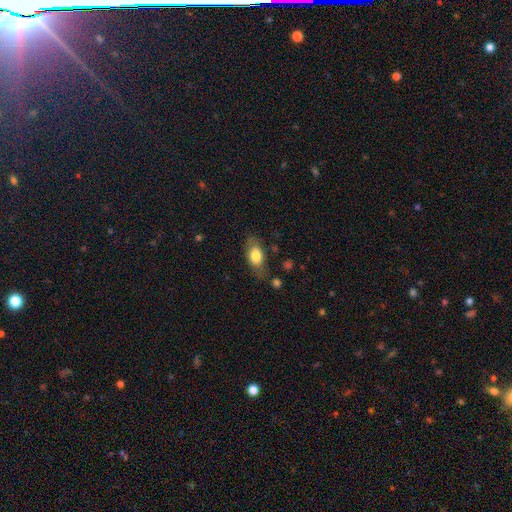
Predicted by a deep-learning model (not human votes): smooth_or_featured: smooth (p=0.76) [alt: featured or disk p=0.17]
how_rounded: in between (p=0.85) [alt: round p=0.08]
merging: none (p=0.70) [alt: minor disturbance p=0.20]